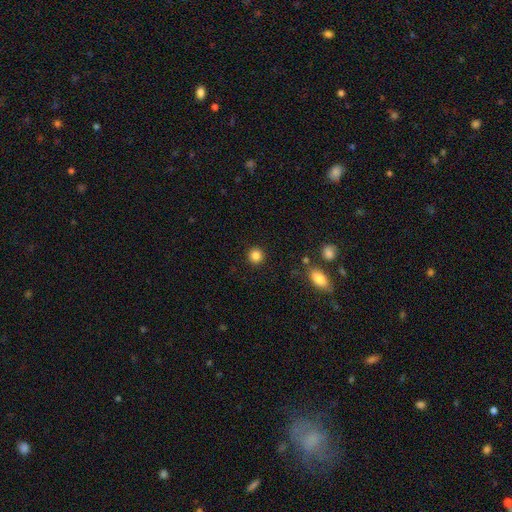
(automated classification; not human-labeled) The model was most divided on "smooth or featured": smooth: 85%, star or artifact: 11%, featured or disk: 4%. More confident: how rounded — round (93%); merging — none (91%).